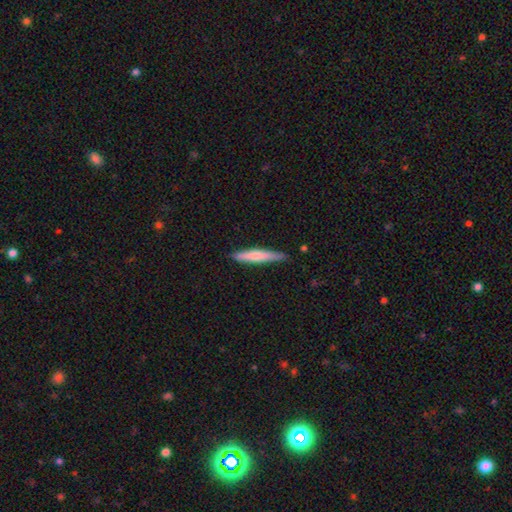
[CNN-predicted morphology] Overall: smooth (63%; featured or disk 32%). How rounded: cigar-shaped (93%). Merging: none (83%).